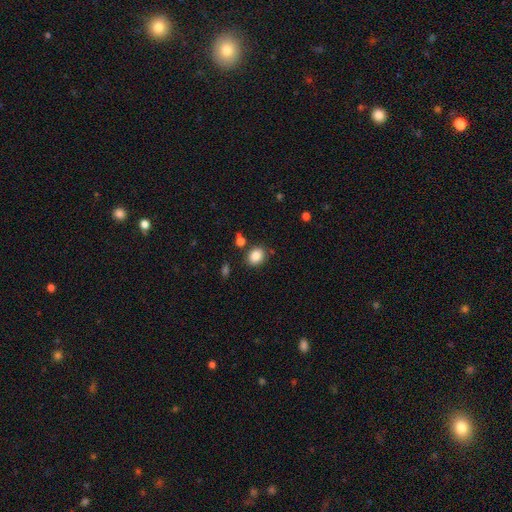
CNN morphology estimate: Smooth or featured: smooth — 85% (star or artifact — 9%)
How rounded: round — 55% (in between — 44%)
Merging: none — 80% (minor disturbance — 11%)